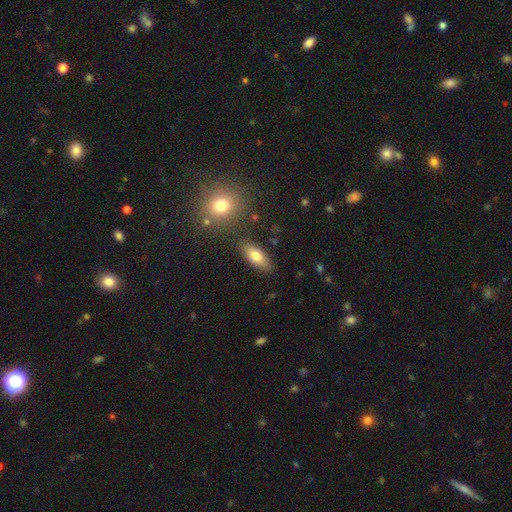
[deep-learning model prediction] This appears to be a smooth galaxy with no disk features (76%) that is in between round and cigar-shaped (80%). Merging: none (82%).